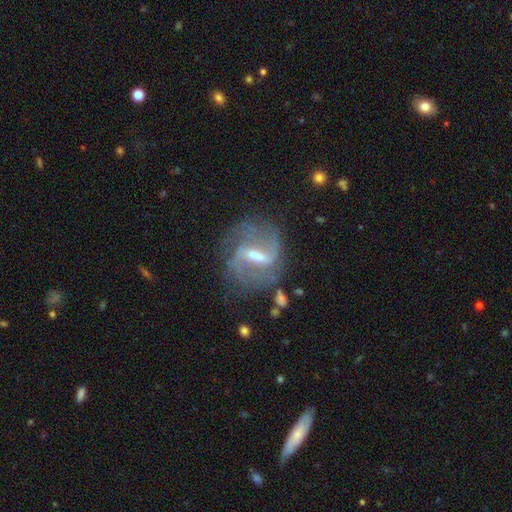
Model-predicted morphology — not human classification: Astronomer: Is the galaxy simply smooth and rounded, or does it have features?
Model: featured or disk — 86%.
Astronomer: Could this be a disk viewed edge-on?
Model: no — 96%.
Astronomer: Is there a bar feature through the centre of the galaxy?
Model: strong — 50% (runner-up: weak, 42%).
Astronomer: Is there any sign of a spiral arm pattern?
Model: yes — 93%.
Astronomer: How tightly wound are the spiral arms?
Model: medium — 46% (runner-up: loose, 33%).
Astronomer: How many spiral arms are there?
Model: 2 — 60%.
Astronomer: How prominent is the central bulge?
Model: moderate — 48% (runner-up: small, 44%).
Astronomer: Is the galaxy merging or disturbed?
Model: none — 66%.